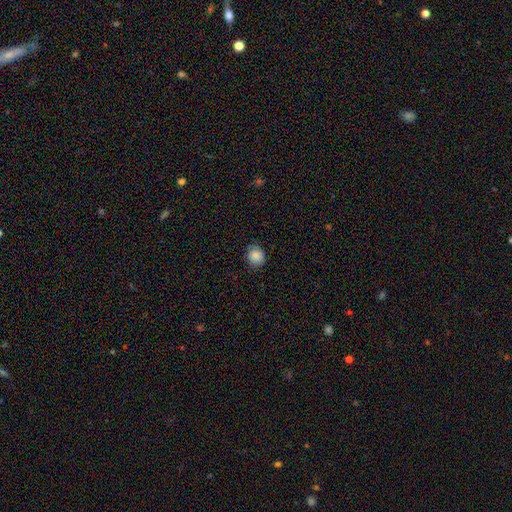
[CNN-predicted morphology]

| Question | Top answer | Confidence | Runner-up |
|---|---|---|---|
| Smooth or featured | smooth | 86% | star or artifact (9%) |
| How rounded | round | 77% | in between (23%) |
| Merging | none | 80% | minor disturbance (16%) |